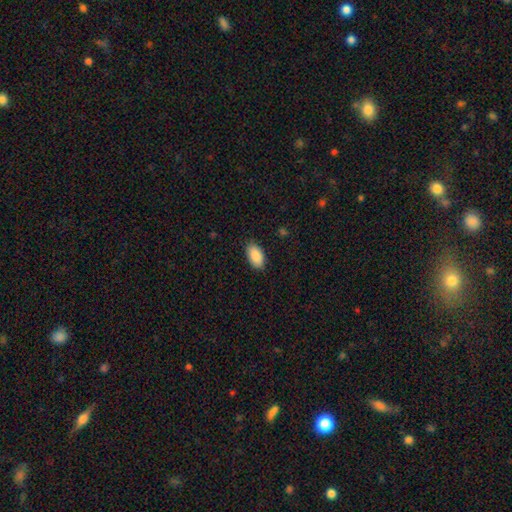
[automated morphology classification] smooth 88%, star or artifact 6%, featured or disk 6%. Down the decision tree: how rounded — in between (95%); merging — none (86%).